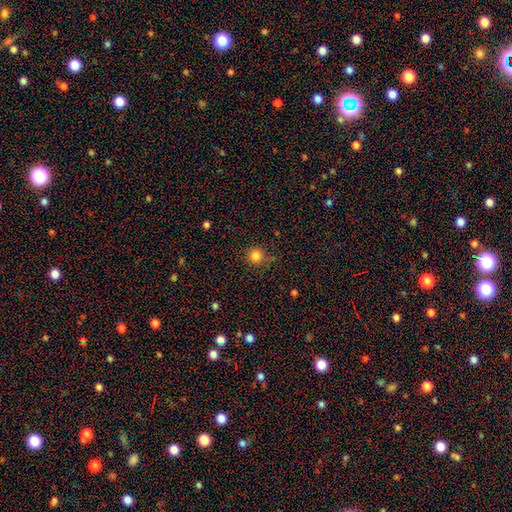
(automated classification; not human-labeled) Morphology: type=smooth (82%); roundness=round (93%); merging=none (80%).